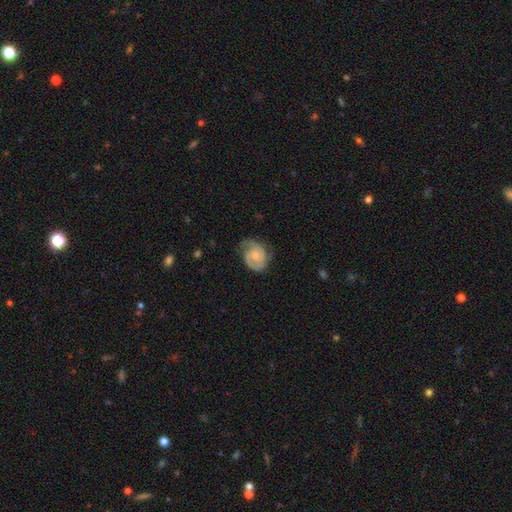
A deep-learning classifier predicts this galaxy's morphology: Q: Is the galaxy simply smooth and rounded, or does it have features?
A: featured or disk — 83%.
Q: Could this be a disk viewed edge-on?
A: no — 98%.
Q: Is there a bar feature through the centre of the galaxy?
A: no — 67%.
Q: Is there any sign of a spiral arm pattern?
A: yes — 96%.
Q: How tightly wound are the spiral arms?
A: tight — 50%.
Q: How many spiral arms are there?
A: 2 — 79%.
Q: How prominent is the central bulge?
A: small — 46%.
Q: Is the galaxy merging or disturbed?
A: none — 64%.